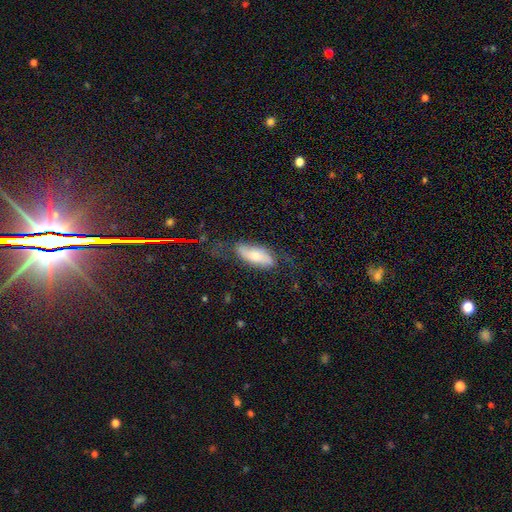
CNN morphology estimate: A smooth galaxy with no disk features (51%) that is in between round and cigar-shaped (74%).

Vote fractions:
- Smooth or featured? smooth: 51% / featured or disk: 42% / star or artifact: 7%
- How rounded? in between: 74% / cigar-shaped: 23% / round: 3%
- Merging? none: 56% / minor disturbance: 26% / major disturbance: 15% / merger: 2%